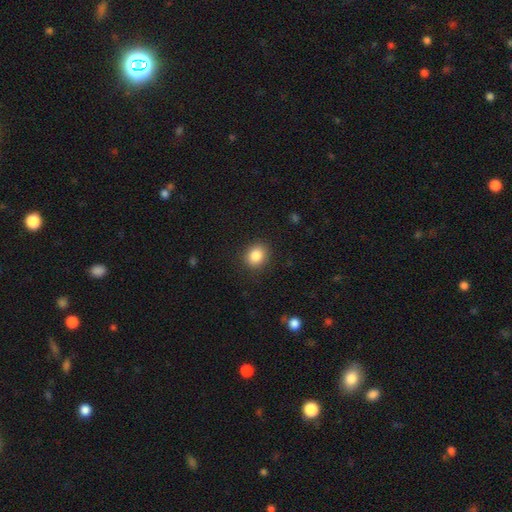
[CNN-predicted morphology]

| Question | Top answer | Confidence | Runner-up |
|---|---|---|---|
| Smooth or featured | smooth | 85% | star or artifact (10%) |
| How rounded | round | 67% | in between (32%) |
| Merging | none | 89% | minor disturbance (8%) |